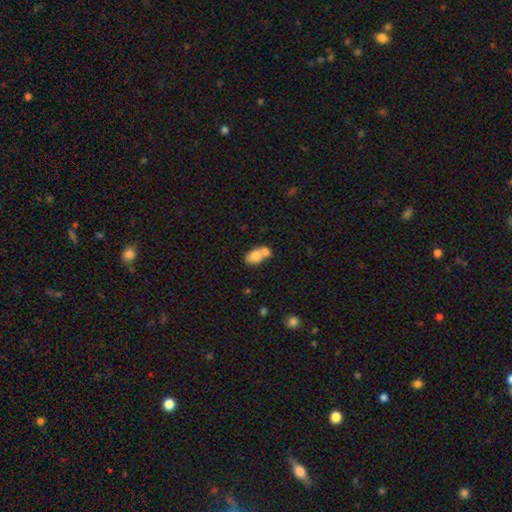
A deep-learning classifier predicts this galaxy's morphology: Q: Smooth or featured?
A: smooth (76%); runner-up: featured or disk (16%)
Q: How rounded?
A: in between (86%); runner-up: round (12%)
Q: Merging?
A: merger (59%); runner-up: none (26%)